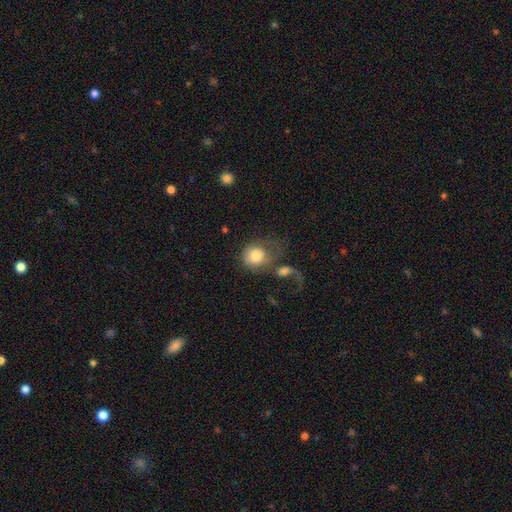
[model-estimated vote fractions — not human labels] Morphology: type=smooth (72%); roundness=round (68%); merging=merger (37%).